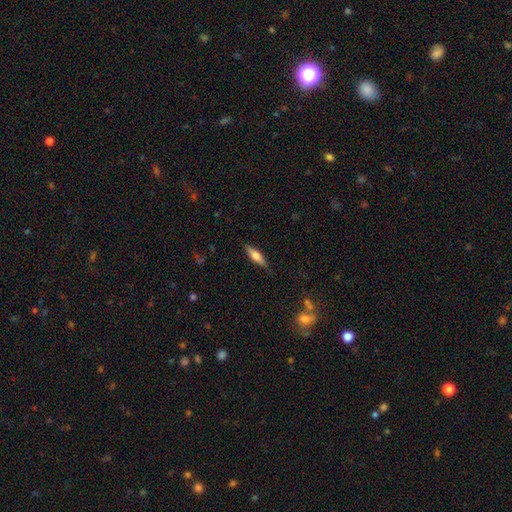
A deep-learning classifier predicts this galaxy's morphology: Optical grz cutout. It shows a smooth galaxy with no disk features (55%) that is cigar-shaped (62%). Merging: none (85%).